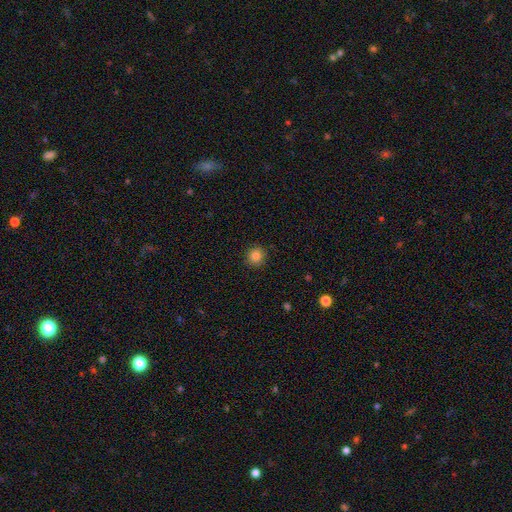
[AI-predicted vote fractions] Morphology: type=smooth (84%); roundness=round (93%); merging=none (91%).